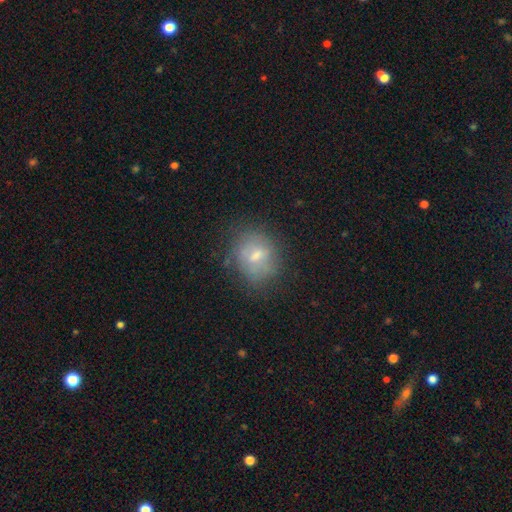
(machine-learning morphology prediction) A smooth galaxy with no disk features (60%) that is round (58%). Merging: none (66%).